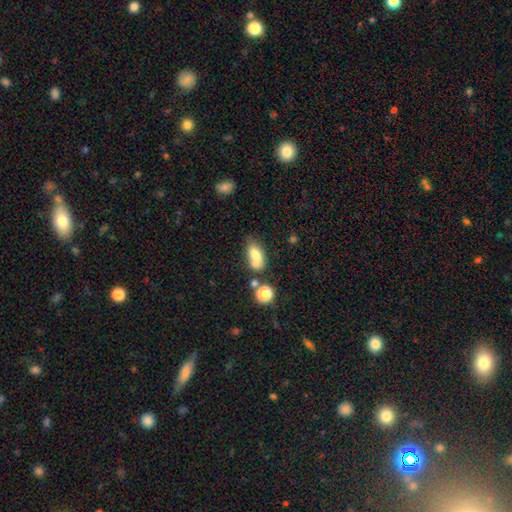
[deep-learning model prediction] Smooth or featured: smooth — 71% (featured or disk — 17%)
How rounded: in between — 83% (round — 11%)
Merging: none — 38% (merger — 35%)